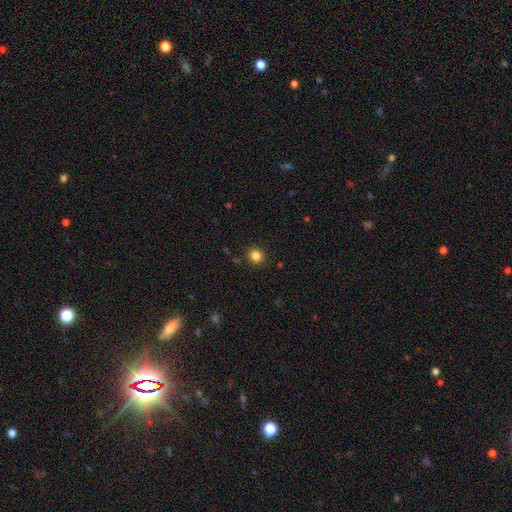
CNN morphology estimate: Smooth or featured? smooth (84%)
How rounded? round (90%)
Merging? none (90%)